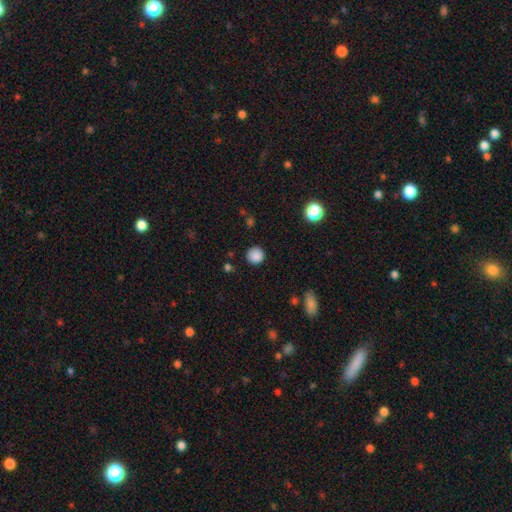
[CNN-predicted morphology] This is clearly a smooth galaxy (86%). How rounded: clearly round (92%). Merging: clearly none (88%).